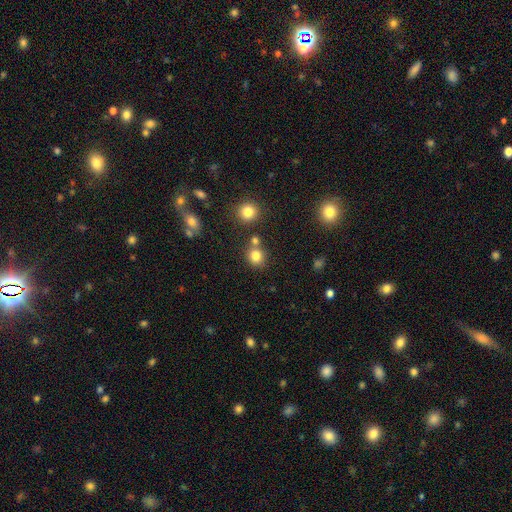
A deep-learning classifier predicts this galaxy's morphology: The model was most divided on "merging": none: 70%, merger: 17%, minor disturbance: 9%, major disturbance: 3%. More confident: how rounded — round (84%); smooth or featured — smooth (80%).